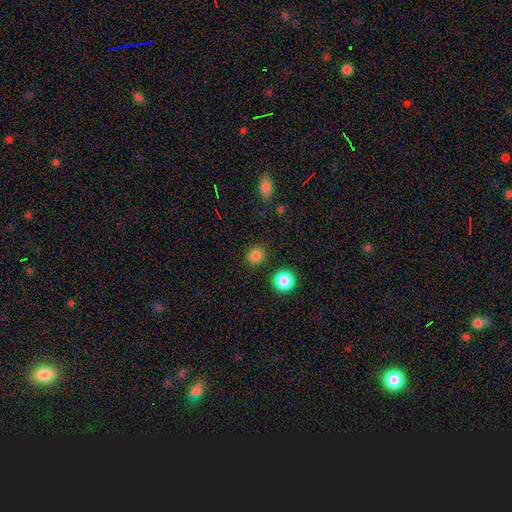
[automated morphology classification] The model was most divided on "how rounded": round: 76%, in between: 23%, cigar-shaped: 1%. More confident: merging — none (87%); smooth or featured — smooth (83%).